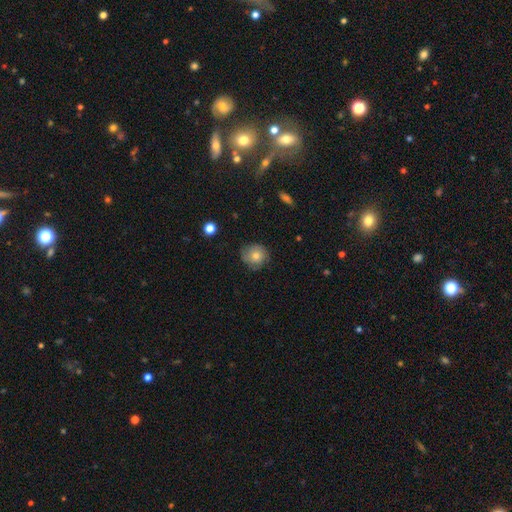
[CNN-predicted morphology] Overall: smooth (70%). How rounded: round (88%). Merging: none (74%).